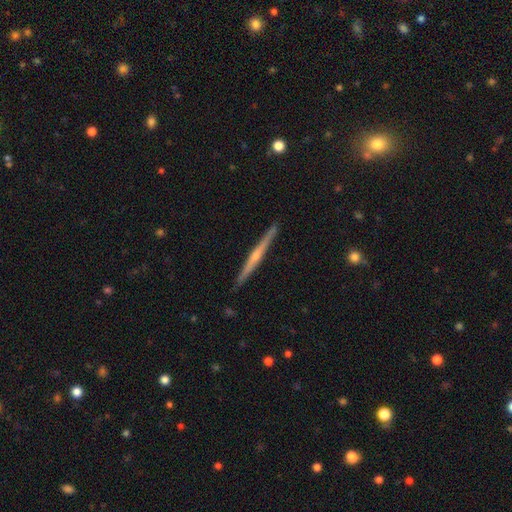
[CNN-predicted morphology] A featured or disk galaxy (74%) viewed edge-on (98%) with a rounded central bulge (62%). Merging: none (91%).